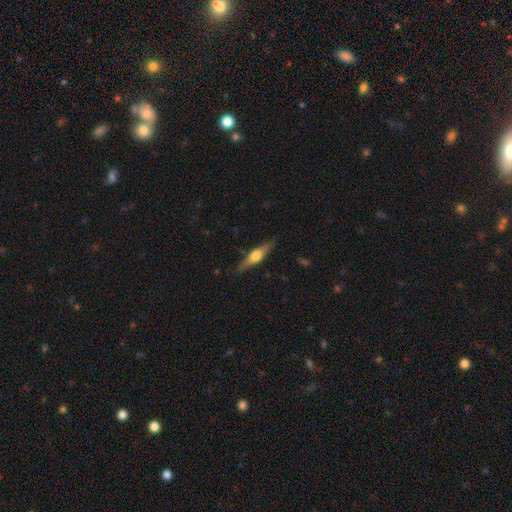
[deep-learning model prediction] This is possibly a featured or disk galaxy (53%). It is clearly viewed edge-on (93%). Merging: clearly none (85%).